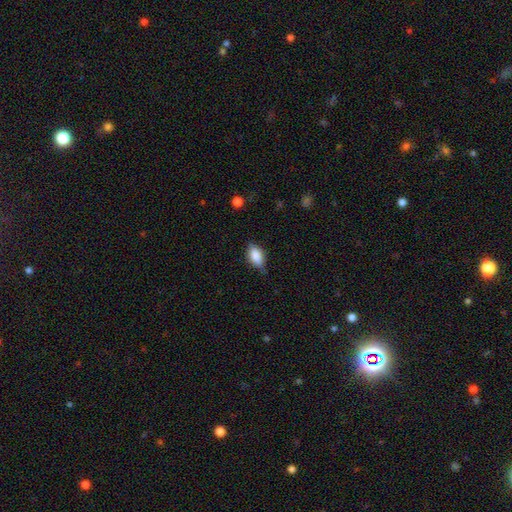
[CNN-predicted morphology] Smooth or featured?
  - smooth: 80% *
  - featured or disk: 12%
  - star or artifact: 7%
How rounded?
  - in between: 89% *
  - round: 6%
  - cigar-shaped: 5%
Merging?
  - none: 69% *
  - minor disturbance: 25%
  - major disturbance: 5%
  - merger: 2%